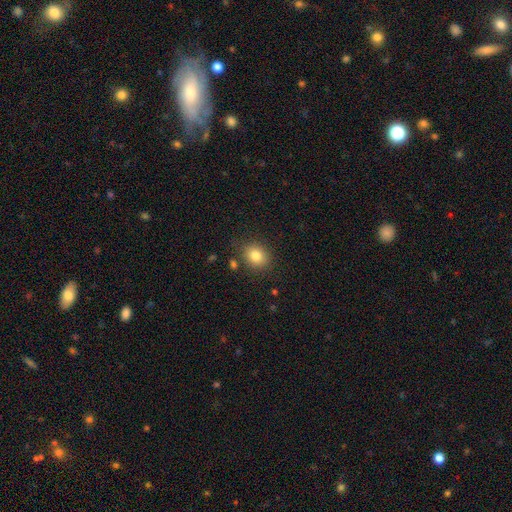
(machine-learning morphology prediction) A smooth galaxy with no disk features (82%) that is round (58%).

Vote fractions:
- Smooth or featured? smooth: 82% / star or artifact: 10% / featured or disk: 8%
- How rounded? round: 58% / in between: 41% / cigar-shaped: 1%
- Merging? none: 83% / minor disturbance: 11% / merger: 3% / major disturbance: 3%